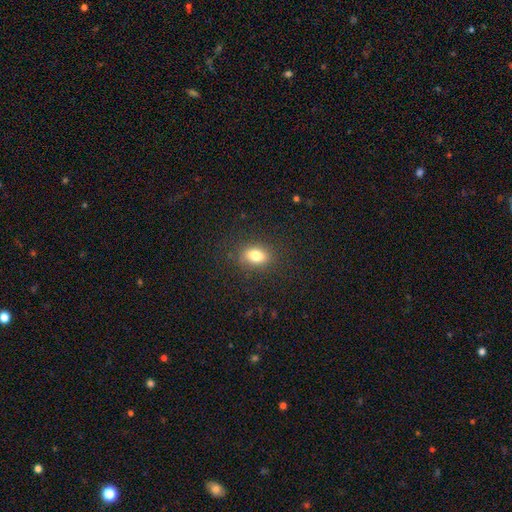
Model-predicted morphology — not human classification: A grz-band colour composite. It shows a smooth galaxy with no disk features (81%) that is in between round and cigar-shaped (77%). Merging: none (84%).